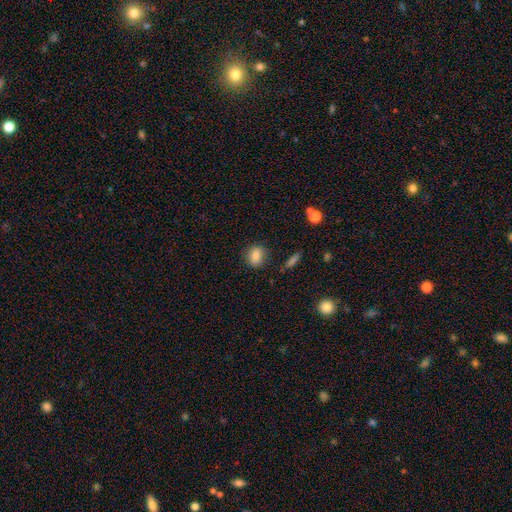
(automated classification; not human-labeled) This appears to be a smooth galaxy with no disk features (84%) that is round (53%). Merging: none (82%).